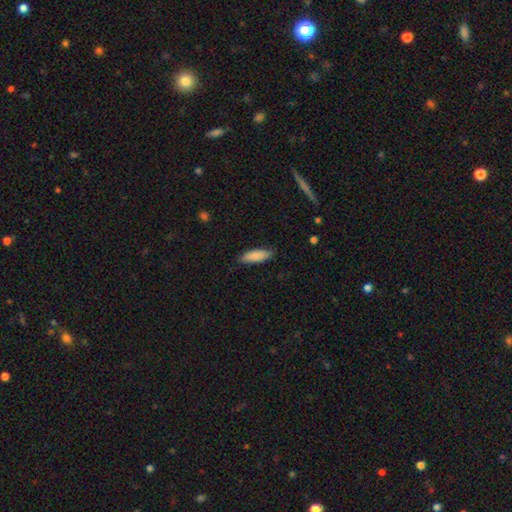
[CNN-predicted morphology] Q: Smooth or featured?
A: smooth (86%); runner-up: featured or disk (8%)
Q: How rounded?
A: in between (57%); runner-up: cigar-shaped (41%)
Q: Merging?
A: none (80%); runner-up: minor disturbance (16%)